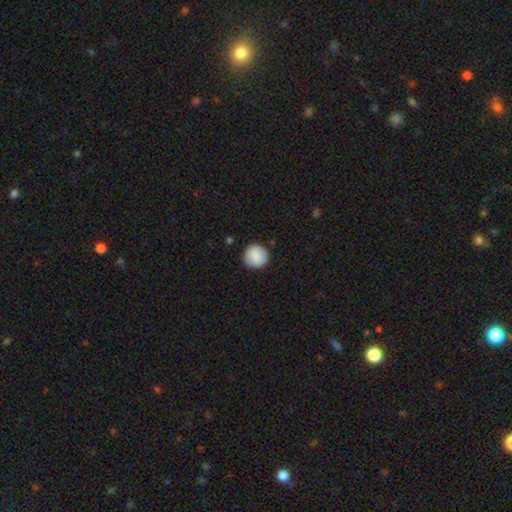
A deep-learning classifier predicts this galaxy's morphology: smooth 87%, star or artifact 7%, featured or disk 6%. Down the decision tree: how rounded — round (94%); merging — none (88%).